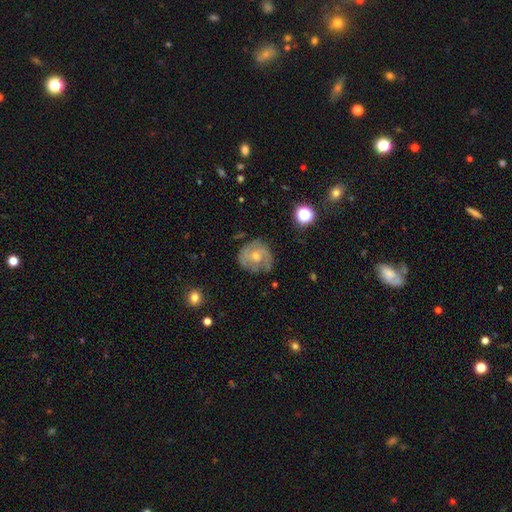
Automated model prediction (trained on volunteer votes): Smooth or featured? Predicted: featured or disk (p=0.72). Edge-on disk? Predicted: no (p=0.97). Bar? Predicted: no (p=0.74). Spiral arms? Predicted: yes (p=0.87). Spiral winding? Predicted: tight (p=0.57). Spiral arm count? Predicted: 2 (p=0.37). Bulge size? Predicted: moderate (p=0.53). Merging? Predicted: none (p=0.70).